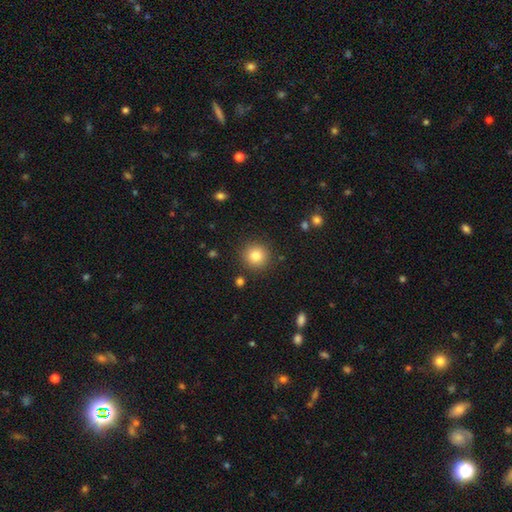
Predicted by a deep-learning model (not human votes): This is clearly a smooth galaxy (83%). How rounded: clearly round (93%). Merging: clearly none (89%).